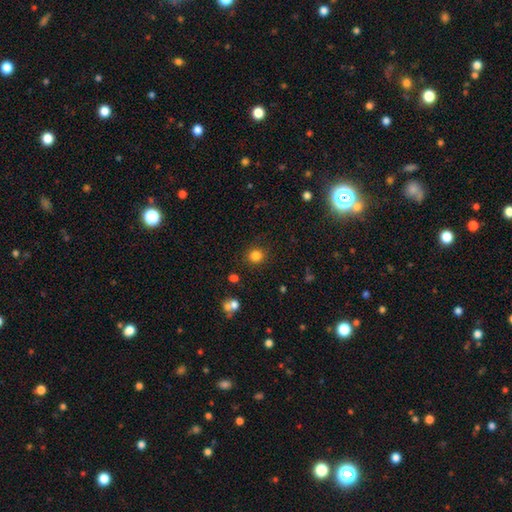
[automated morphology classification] Smooth or featured: smooth — 82% (star or artifact — 13%)
How rounded: round — 87% (in between — 12%)
Merging: none — 87% (minor disturbance — 8%)